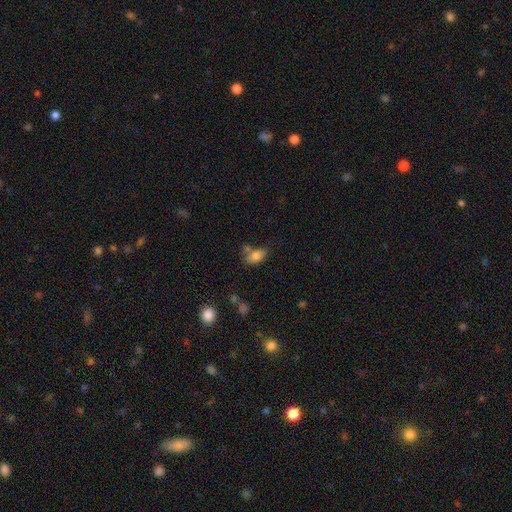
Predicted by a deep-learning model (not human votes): The model was most divided on "merging": none: 51%, minor disturbance: 22%, merger: 19%, major disturbance: 8%. More confident: how rounded — in between (88%); smooth or featured — smooth (79%).